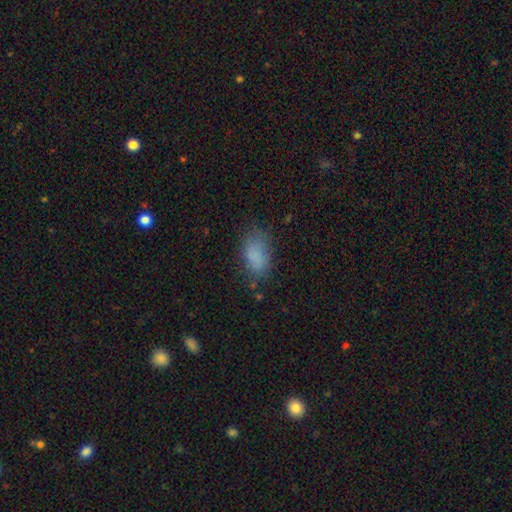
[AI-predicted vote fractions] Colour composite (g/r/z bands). It shows a smooth galaxy with no disk features (81%) that is in between round and cigar-shaped (89%). Merging: none (63%).